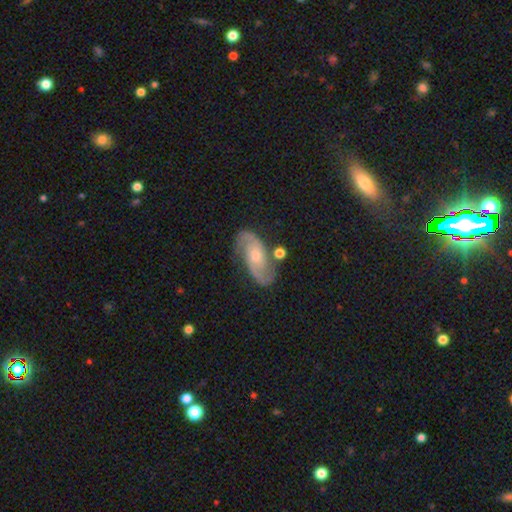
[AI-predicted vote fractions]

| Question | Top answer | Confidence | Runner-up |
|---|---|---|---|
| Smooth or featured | featured or disk | 86% | smooth (9%) |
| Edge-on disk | no | 96% | yes (4%) |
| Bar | no | 60% | weak (32%) |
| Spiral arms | yes | 97% | no (3%) |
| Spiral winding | medium | 53% | tight (25%) |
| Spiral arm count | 2 | 92% | can't tell (3%) |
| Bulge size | moderate | 52% | small (41%) |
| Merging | none | 77% | minor disturbance (14%) |